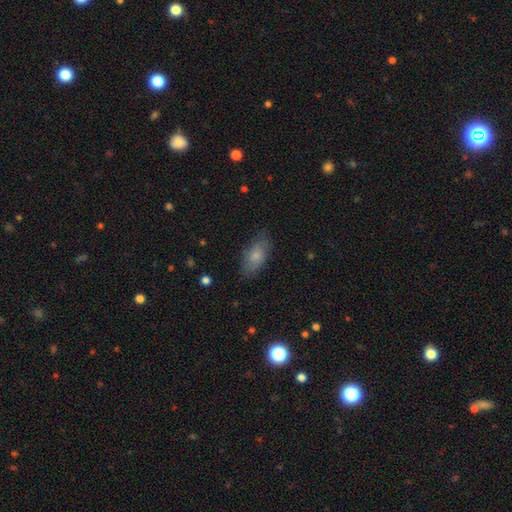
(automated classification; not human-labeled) smooth 76%, featured or disk 17%, star or artifact 7%. Down the decision tree: how rounded — in between (89%); merging — none (77%).